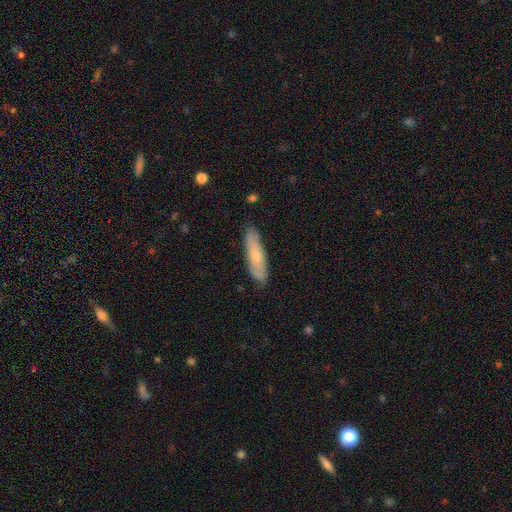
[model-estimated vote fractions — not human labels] Smooth or featured?
  - smooth: 59% *
  - featured or disk: 35%
  - star or artifact: 6%
How rounded?
  - cigar-shaped: 69% *
  - in between: 30%
  - round: 2%
Merging?
  - none: 80% *
  - minor disturbance: 16%
  - major disturbance: 3%
  - merger: 1%